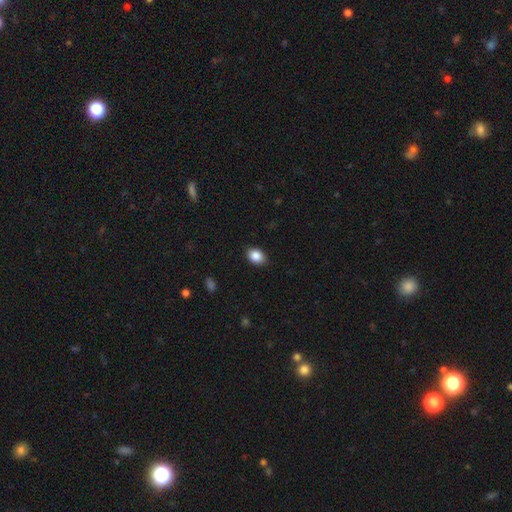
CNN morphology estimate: Q: Smooth or featured?
A: smooth (87%); runner-up: star or artifact (8%)
Q: How rounded?
A: in between (76%); runner-up: round (23%)
Q: Merging?
A: none (87%); runner-up: minor disturbance (10%)